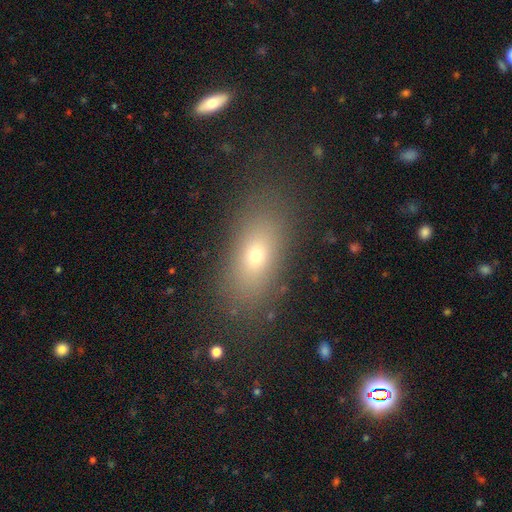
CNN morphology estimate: A smooth galaxy with no disk features (69%) that is in between round and cigar-shaped (81%). Merging: none (81%).